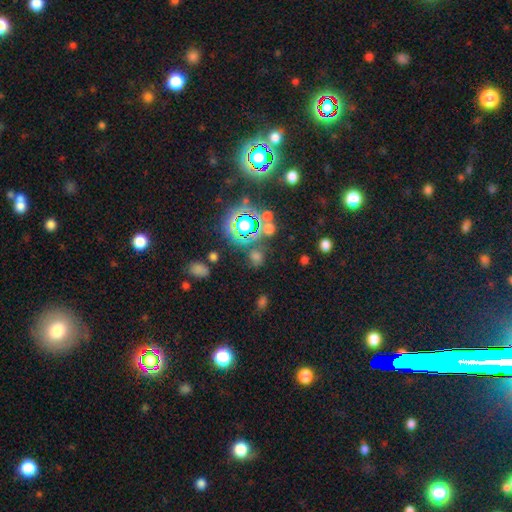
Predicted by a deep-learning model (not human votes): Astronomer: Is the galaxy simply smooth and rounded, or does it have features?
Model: smooth — 48% (runner-up: star or artifact, 43%).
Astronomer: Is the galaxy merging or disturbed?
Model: none — 70%.